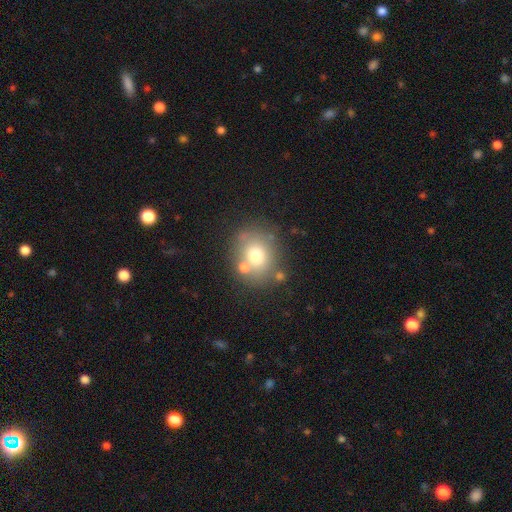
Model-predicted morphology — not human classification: Smooth or featured?
  - smooth: 70% *
  - featured or disk: 17%
  - star or artifact: 13%
How rounded?
  - round: 69% *
  - in between: 30%
  - cigar-shaped: 1%
Merging?
  - none: 65% *
  - merger: 15%
  - minor disturbance: 14%
  - major disturbance: 6%